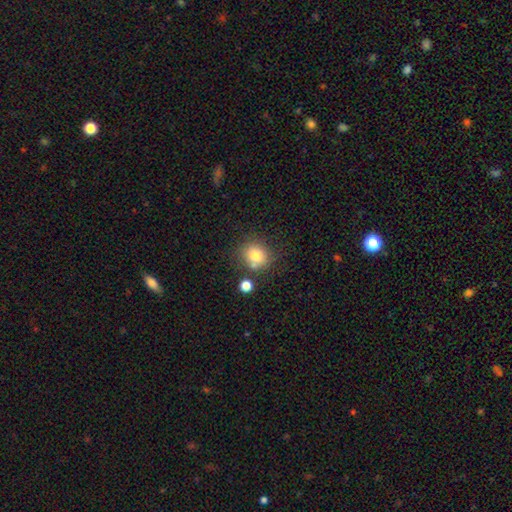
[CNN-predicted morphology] Smooth or featured?
  - smooth: 78% *
  - star or artifact: 12%
  - featured or disk: 10%
How rounded?
  - round: 83% *
  - in between: 17%
  - cigar-shaped: 1%
Merging?
  - none: 69% *
  - merger: 14%
  - minor disturbance: 13%
  - major disturbance: 4%